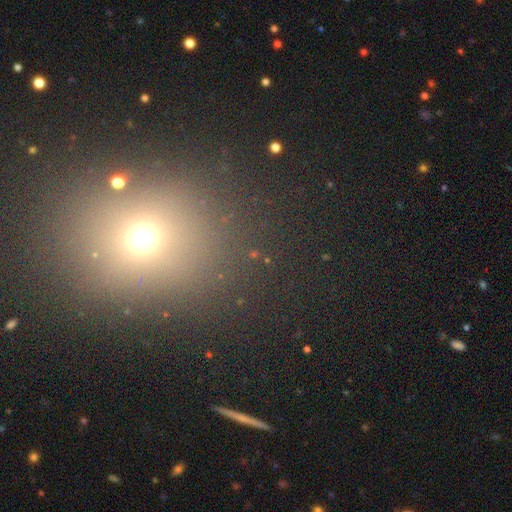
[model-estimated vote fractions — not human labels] Overall: smooth (50%; star or artifact 40%). How rounded: round (72%). Merging: none (84%).